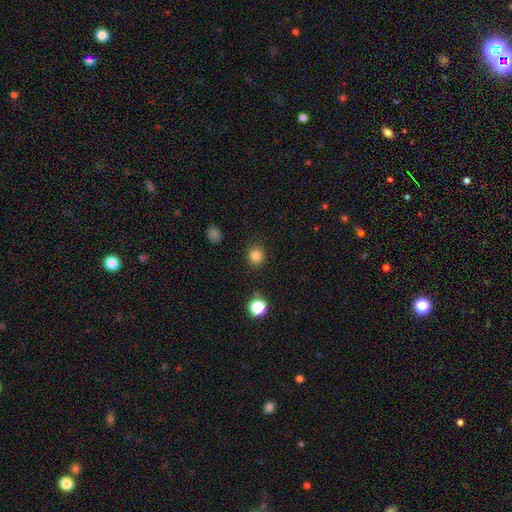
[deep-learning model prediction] Smooth or featured?
  - smooth: 83% *
  - star or artifact: 13%
  - featured or disk: 4%
How rounded?
  - round: 89% *
  - in between: 10%
  - cigar-shaped: 1%
Merging?
  - none: 89% *
  - minor disturbance: 7%
  - major disturbance: 2%
  - merger: 1%